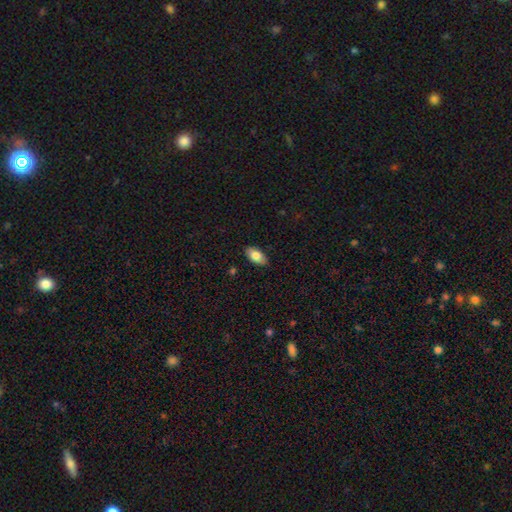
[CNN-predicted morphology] smooth-or-featured: smooth: 79% | featured or disk: 14% | star or artifact: 7%
  how-rounded: in between: 93% | cigar-shaped: 4% | round: 3%
  merging: none: 88% | minor disturbance: 9% | major disturbance: 2% | merger: 1%